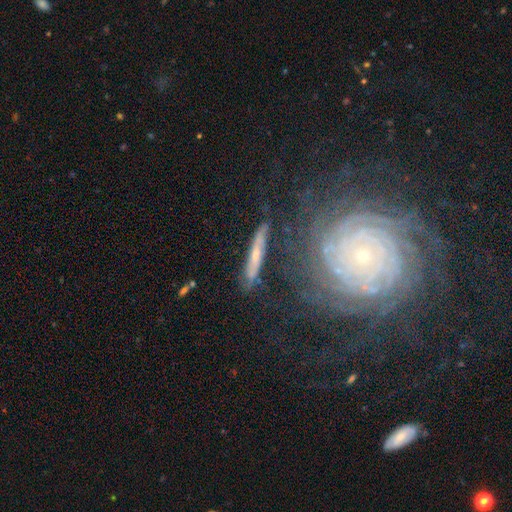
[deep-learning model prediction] smooth-or-featured: featured or disk: 62% | smooth: 29% | star or artifact: 9%
  disk-edge-on: yes: 65% | no: 35%
  merging: none: 78% | minor disturbance: 14% | major disturbance: 4% | merger: 3%